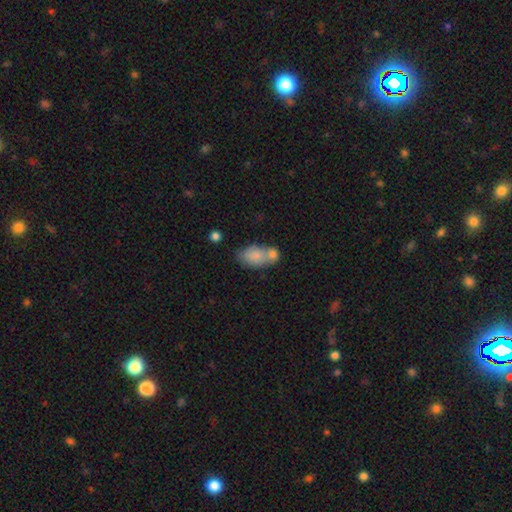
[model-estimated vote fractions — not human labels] A smooth galaxy with no disk features (79%) that is in between round and cigar-shaped (89%).

Vote fractions:
- Smooth or featured? smooth: 79% / featured or disk: 13% / star or artifact: 8%
- How rounded? in between: 89% / round: 9% / cigar-shaped: 2%
- Merging? merger: 47% / none: 33% / minor disturbance: 15% / major disturbance: 6%